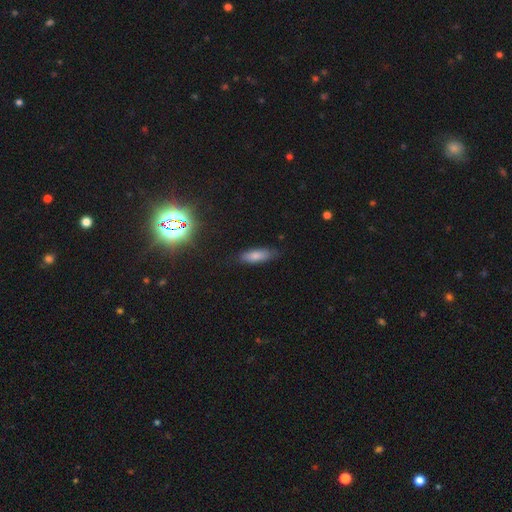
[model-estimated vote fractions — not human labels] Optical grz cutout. It shows a smooth galaxy with no disk features (78%) that is in between round and cigar-shaped (58%). Merging: none (80%).